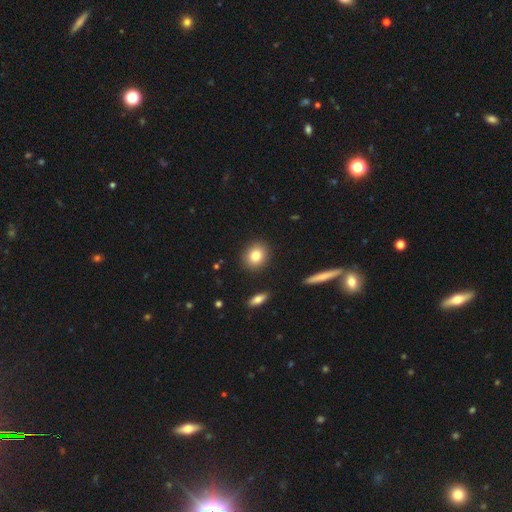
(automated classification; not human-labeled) smooth_or_featured: smooth (p=0.83) [alt: star or artifact p=0.09]
how_rounded: round (p=0.70) [alt: in between p=0.28]
merging: none (p=0.89) [alt: minor disturbance p=0.07]